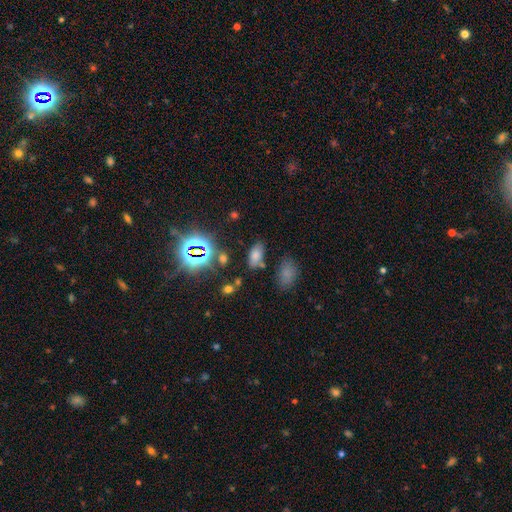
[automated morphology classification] Smooth or featured: smooth — 66% (star or artifact — 23%)
How rounded: in between — 92% (round — 5%)
Merging: none — 71% (minor disturbance — 15%)